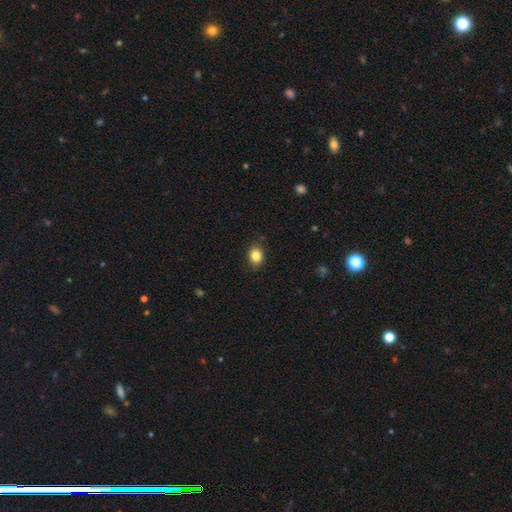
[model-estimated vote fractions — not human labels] Smooth or featured?
  - smooth: 84% *
  - star or artifact: 10%
  - featured or disk: 6%
How rounded?
  - in between: 53% *
  - round: 46%
  - cigar-shaped: 1%
Merging?
  - none: 86% *
  - minor disturbance: 11%
  - major disturbance: 2%
  - merger: 1%